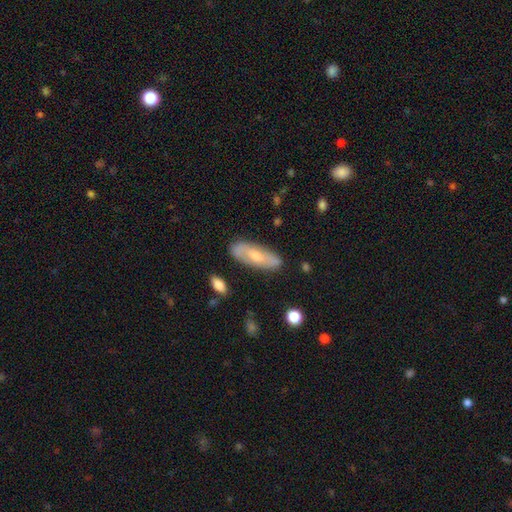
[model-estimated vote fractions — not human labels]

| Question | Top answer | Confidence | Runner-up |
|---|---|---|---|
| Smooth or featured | featured or disk | 53% | smooth (41%) |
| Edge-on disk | no | 77% | yes (23%) |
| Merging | none | 83% | minor disturbance (13%) |